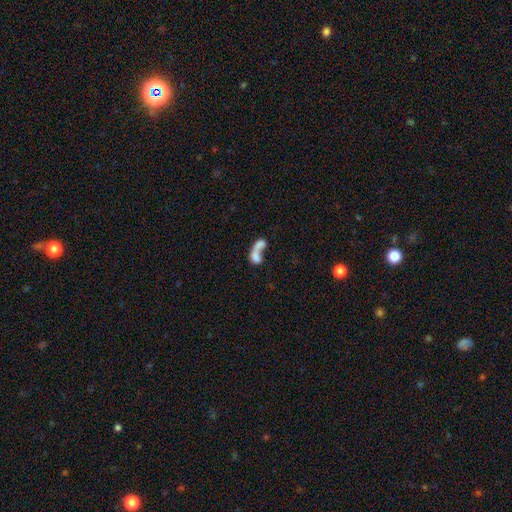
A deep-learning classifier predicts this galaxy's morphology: The model was most divided on "smooth or featured": smooth: 60%, featured or disk: 30%, star or artifact: 11%. More confident: how rounded — in between (65%); merging — merger (64%).